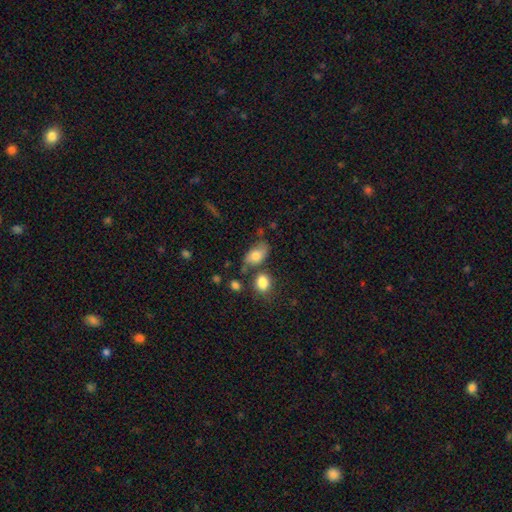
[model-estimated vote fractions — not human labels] smooth 69%, featured or disk 21%, star or artifact 9%. Down the decision tree: how rounded — in between (86%); merging — none (49%).